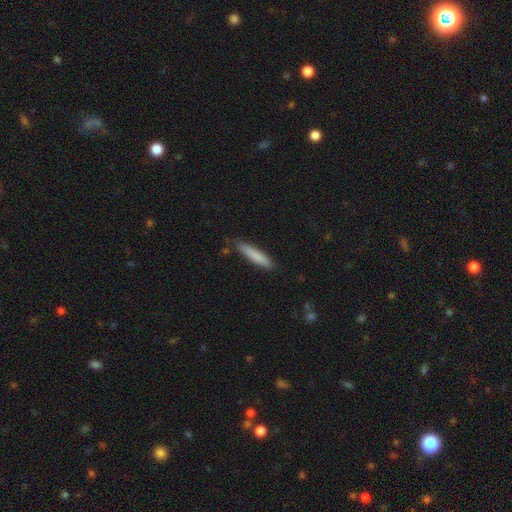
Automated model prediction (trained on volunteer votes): A smooth galaxy with no disk features (82%) that is cigar-shaped (88%).

Vote fractions:
- Smooth or featured? smooth: 82% / featured or disk: 12% / star or artifact: 6%
- How rounded? cigar-shaped: 88% / in between: 11% / round: 1%
- Merging? none: 83% / minor disturbance: 13% / major disturbance: 2% / merger: 2%